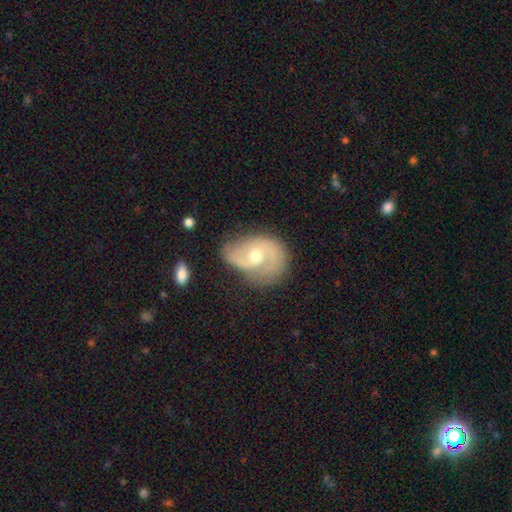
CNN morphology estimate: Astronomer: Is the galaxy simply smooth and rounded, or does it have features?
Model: featured or disk — 76%.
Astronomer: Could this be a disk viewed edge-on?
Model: no — 97%.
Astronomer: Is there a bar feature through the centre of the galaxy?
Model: no — 58% (runner-up: weak, 35%).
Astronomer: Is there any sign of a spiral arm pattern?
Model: yes — 90%.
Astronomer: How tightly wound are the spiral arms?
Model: medium — 44% (runner-up: loose, 29%).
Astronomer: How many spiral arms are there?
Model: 2 — 73%.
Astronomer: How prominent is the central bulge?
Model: moderate — 62%.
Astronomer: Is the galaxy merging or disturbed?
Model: none — 56%.